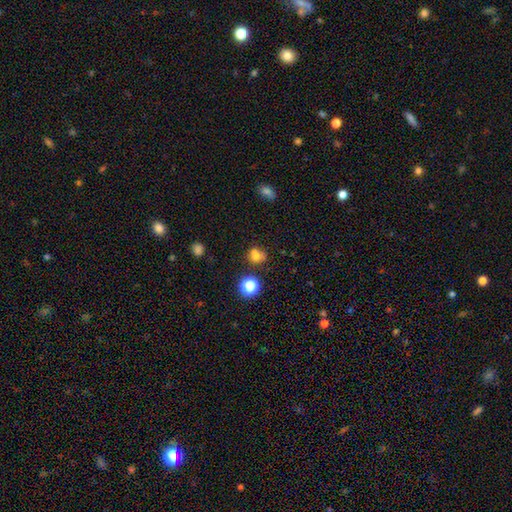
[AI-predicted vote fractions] This is likely a smooth galaxy (70%). How rounded: likely round (69%). Merging: marginally none (43%).